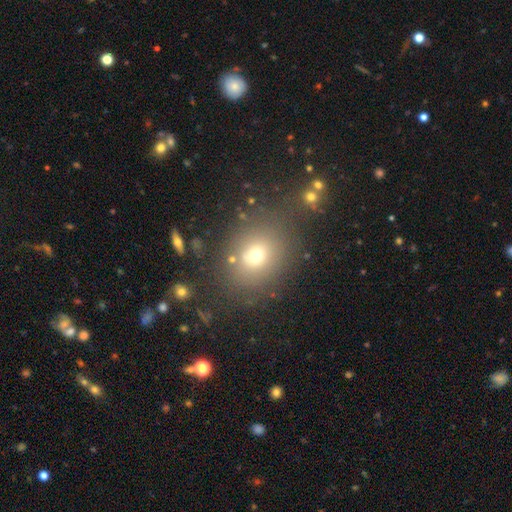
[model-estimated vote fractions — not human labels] The model was most divided on "how rounded": round: 60%, in between: 39%, cigar-shaped: 1%. More confident: merging — none (74%); smooth or featured — smooth (68%).